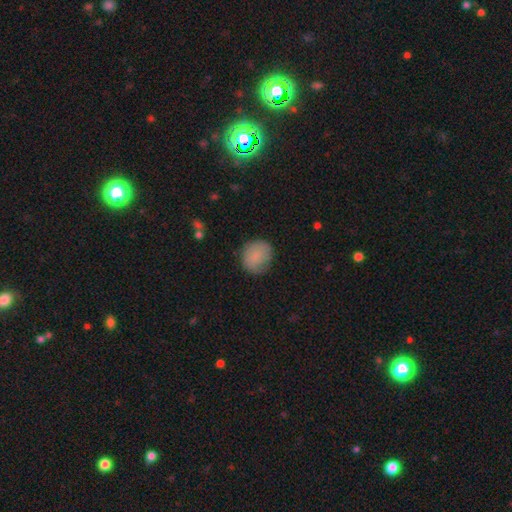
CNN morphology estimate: Q: Smooth or featured?
A: smooth (80%); runner-up: featured or disk (13%)
Q: How rounded?
A: round (79%); runner-up: in between (20%)
Q: Merging?
A: none (75%); runner-up: minor disturbance (19%)